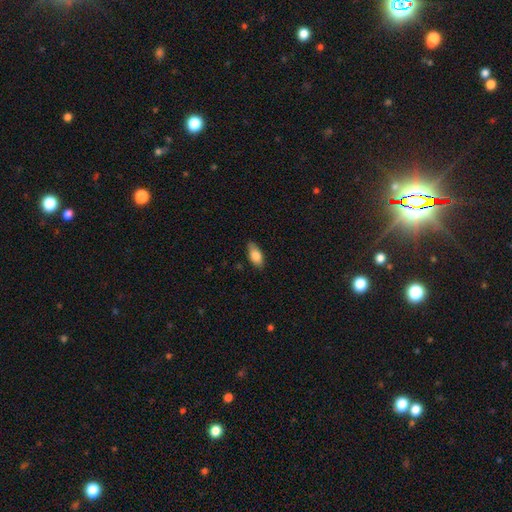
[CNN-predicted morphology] Smooth or featured? smooth (81%)
How rounded? in between (88%)
Merging? none (82%)